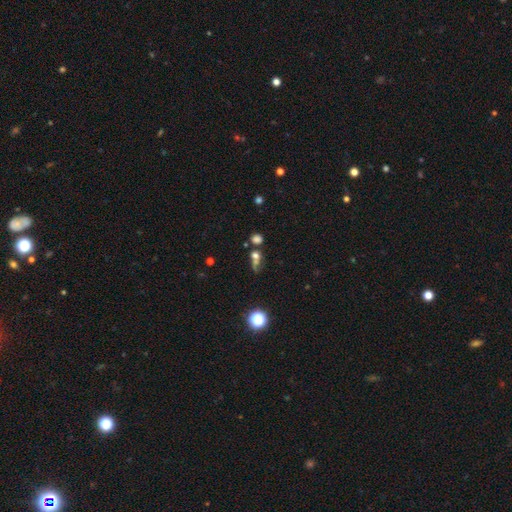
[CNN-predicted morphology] smooth 57%, star or artifact 25%, featured or disk 18%. Down the decision tree: how rounded — round (65%); merging — merger (38%).